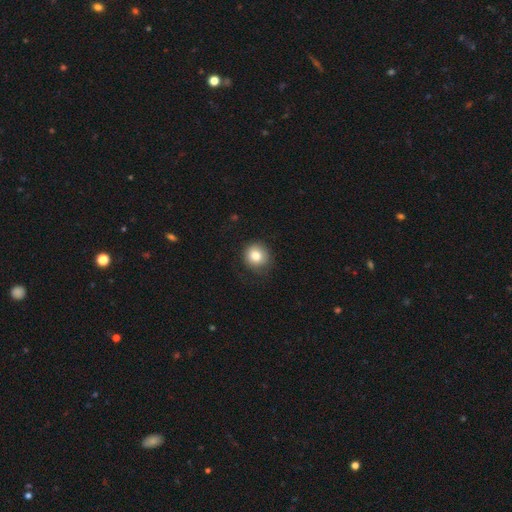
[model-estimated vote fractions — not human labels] smooth 81%, star or artifact 10%, featured or disk 9%. Down the decision tree: how rounded — round (88%); merging — none (78%).